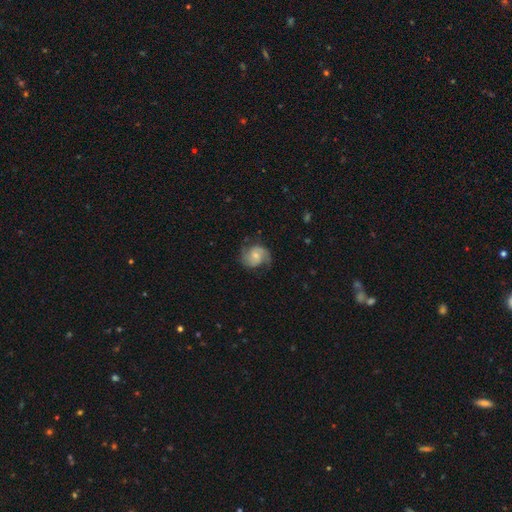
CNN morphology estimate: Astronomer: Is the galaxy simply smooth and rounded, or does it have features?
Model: featured or disk — 73%.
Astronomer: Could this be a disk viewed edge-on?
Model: no — 98%.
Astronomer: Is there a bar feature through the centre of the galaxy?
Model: no — 64%.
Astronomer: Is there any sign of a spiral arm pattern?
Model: yes — 94%.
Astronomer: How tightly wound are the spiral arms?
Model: medium — 47% (runner-up: loose, 31%).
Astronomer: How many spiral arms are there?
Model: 2 — 85%.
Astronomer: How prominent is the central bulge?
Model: small — 54% (runner-up: moderate, 37%).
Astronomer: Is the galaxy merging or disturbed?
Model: none — 70%.